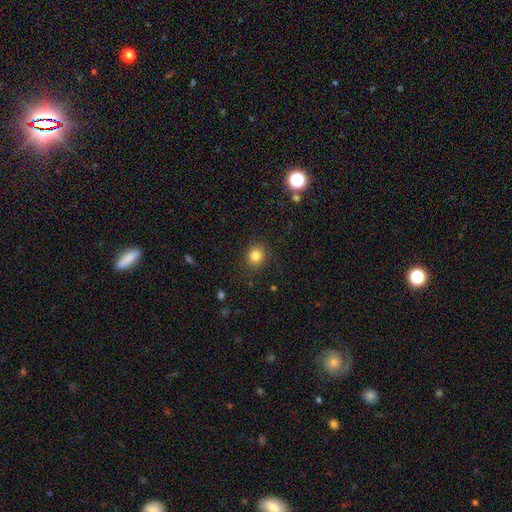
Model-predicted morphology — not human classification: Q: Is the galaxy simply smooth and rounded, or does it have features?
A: smooth — 83%.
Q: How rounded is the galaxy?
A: round — 82%.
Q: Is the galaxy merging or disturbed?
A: none — 89%.